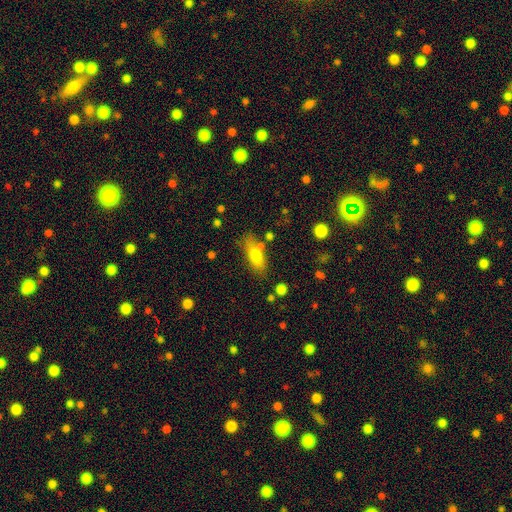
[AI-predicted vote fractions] smooth-or-featured: smooth: 73% | featured or disk: 19% | star or artifact: 8%
  how-rounded: in between: 72% | cigar-shaped: 24% | round: 4%
  merging: none: 69% | minor disturbance: 16% | merger: 9% | major disturbance: 5%